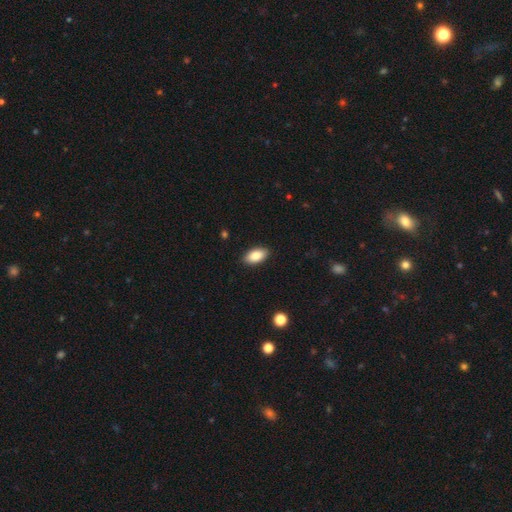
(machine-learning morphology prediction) This appears to be a smooth galaxy with no disk features (86%) that is in between round and cigar-shaped (94%). Merging: none (89%).